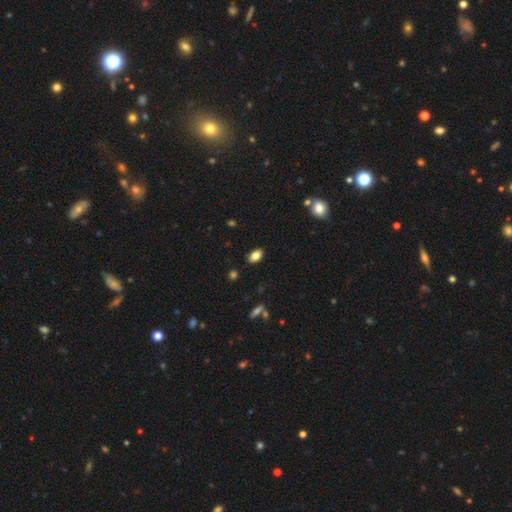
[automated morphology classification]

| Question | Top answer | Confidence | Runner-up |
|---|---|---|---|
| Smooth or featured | smooth | 83% | star or artifact (9%) |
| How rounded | in between | 89% | round (8%) |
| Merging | none | 87% | minor disturbance (10%) |